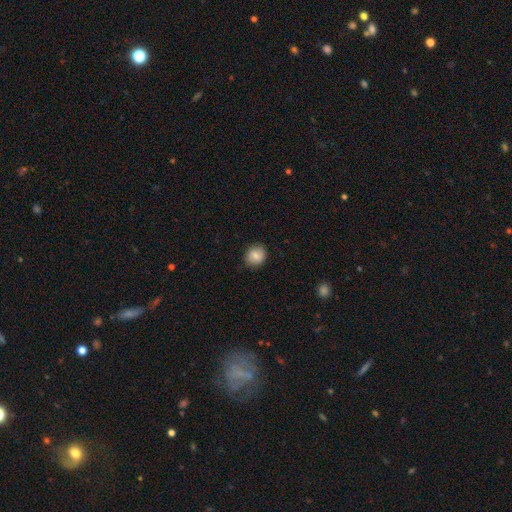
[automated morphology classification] Smooth or featured? smooth (81%)
How rounded? round (72%)
Merging? none (86%)